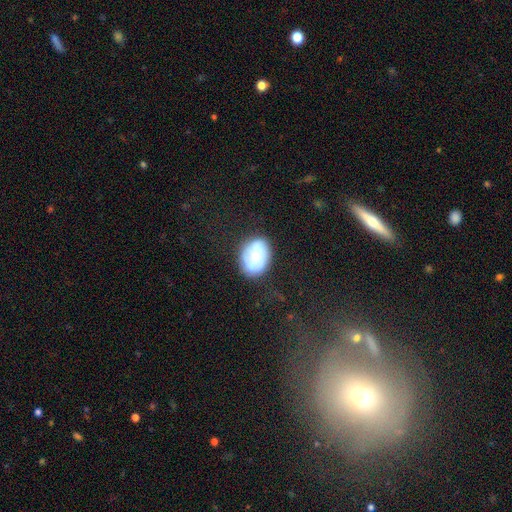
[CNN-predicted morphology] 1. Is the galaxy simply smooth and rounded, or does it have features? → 50% smooth, 42% featured or disk, 8% star or artifact.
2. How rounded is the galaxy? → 68% in between, 31% round, 1% cigar-shaped.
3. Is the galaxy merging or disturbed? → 73% none, 18% minor disturbance, 6% major disturbance, 2% merger.